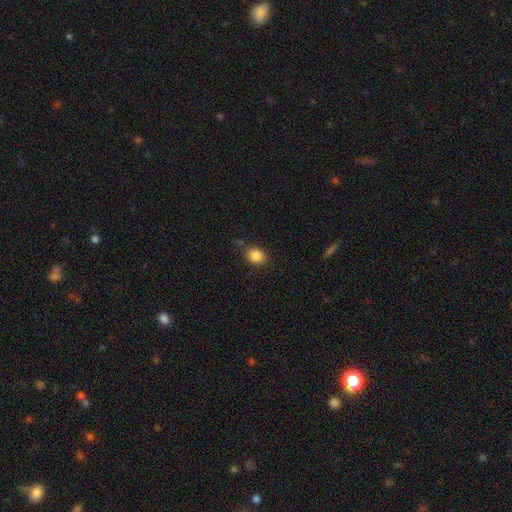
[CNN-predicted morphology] The model was most divided on "how rounded": round: 58%, in between: 41%, cigar-shaped: 1%. More confident: smooth or featured — smooth (86%); merging — none (79%).